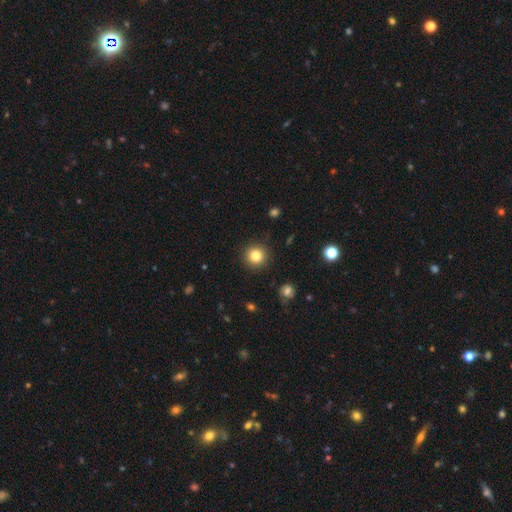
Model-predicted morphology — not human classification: Smooth or featured: smooth — 83% (star or artifact — 11%)
How rounded: round — 94% (in between — 5%)
Merging: none — 90% (minor disturbance — 6%)